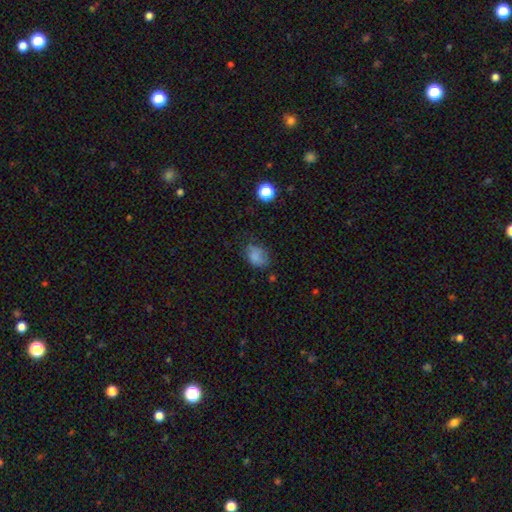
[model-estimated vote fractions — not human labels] This appears to be a smooth galaxy with no disk features (75%) that is in between round and cigar-shaped (71%). Merging: none (57%).